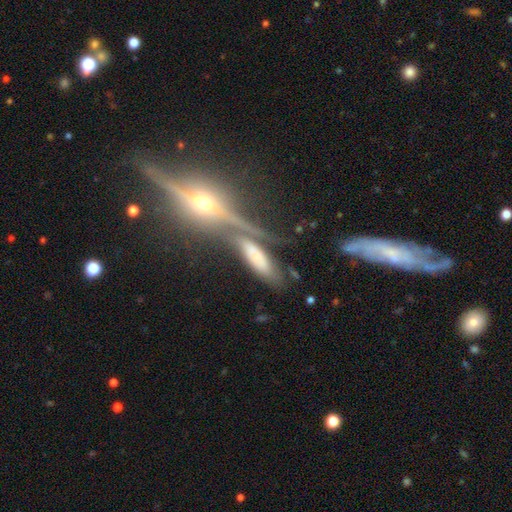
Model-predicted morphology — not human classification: This is possibly a smooth galaxy (47%). Merging: marginally none (45%).